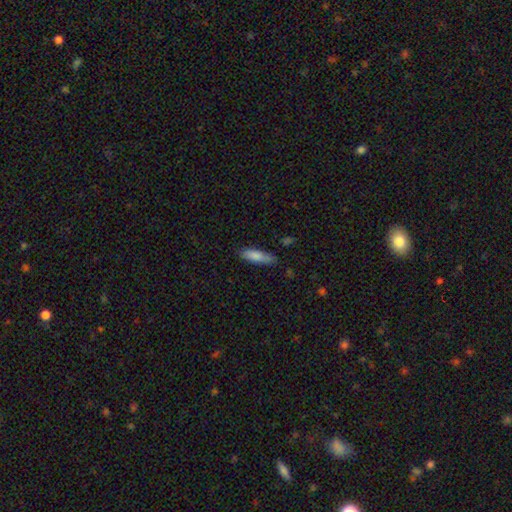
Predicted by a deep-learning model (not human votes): A smooth galaxy with no disk features (82%) that is cigar-shaped (56%).

Vote fractions:
- Smooth or featured? smooth: 82% / featured or disk: 12% / star or artifact: 6%
- How rounded? cigar-shaped: 56% / in between: 42% / round: 2%
- Merging? none: 75% / minor disturbance: 19% / major disturbance: 3% / merger: 2%